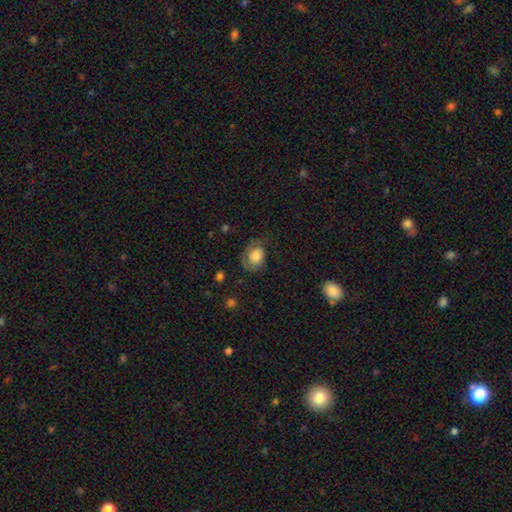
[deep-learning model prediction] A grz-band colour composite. It shows a smooth galaxy with no disk features (58%) that is in between round and cigar-shaped (59%). Merging: none (47%).